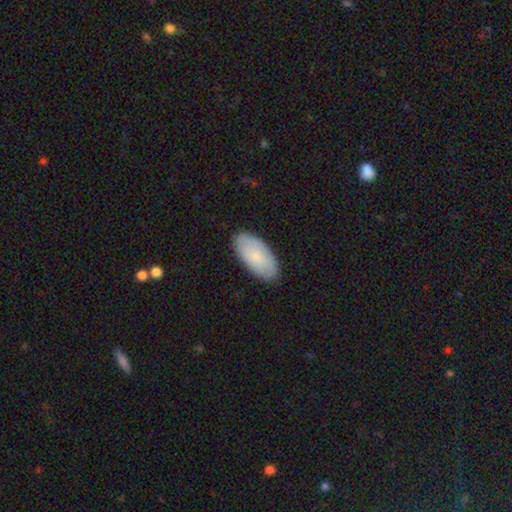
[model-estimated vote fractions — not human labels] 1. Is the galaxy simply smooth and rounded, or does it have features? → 80% smooth, 14% featured or disk, 6% star or artifact.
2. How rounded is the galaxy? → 94% in between, 4% cigar-shaped, 2% round.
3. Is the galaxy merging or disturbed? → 87% none, 10% minor disturbance, 2% major disturbance, 1% merger.